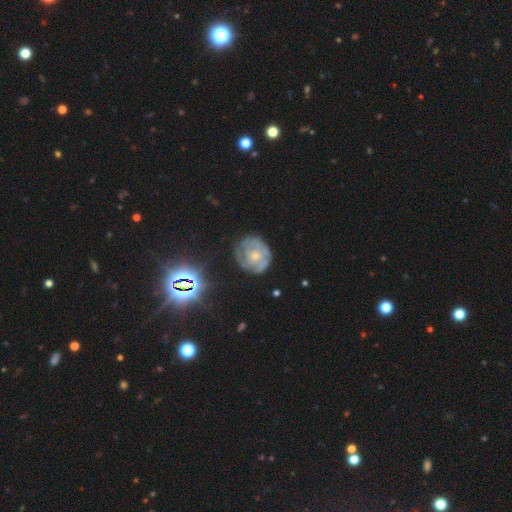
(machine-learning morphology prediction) smooth-or-featured: featured or disk: 64% | smooth: 26% | star or artifact: 10%
  disk-edge-on: no: 98% | yes: 2%
    bar: no: 83% | weak: 14% | strong: 3%
    has-spiral-arms: yes: 61% | no: 39%
    bulge-size: small: 54% | moderate: 37% | none: 5% | large: 2% | dominant: 1%
  merging: none: 68% | minor disturbance: 21% | major disturbance: 9% | merger: 2%